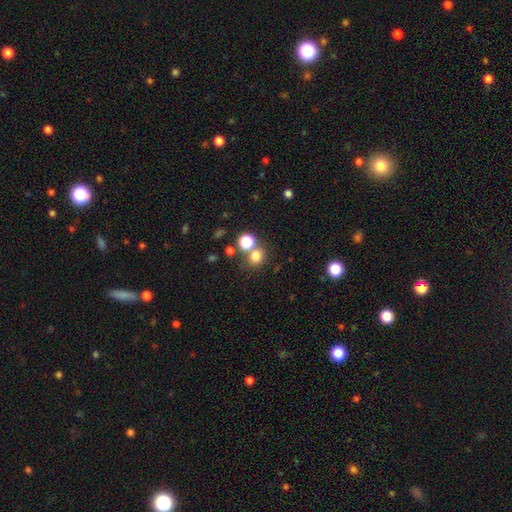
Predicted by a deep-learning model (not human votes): Morphology: type=smooth (75%); roundness=round (80%); merging=none (63%).